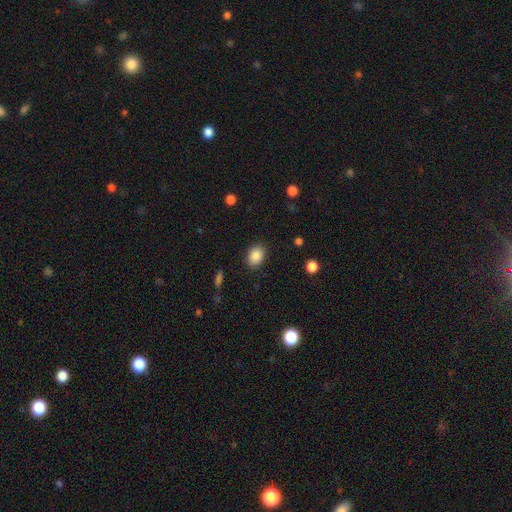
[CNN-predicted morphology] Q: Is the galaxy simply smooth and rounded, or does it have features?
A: smooth — 87%.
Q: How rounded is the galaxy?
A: in between — 69%.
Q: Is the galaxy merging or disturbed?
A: none — 88%.